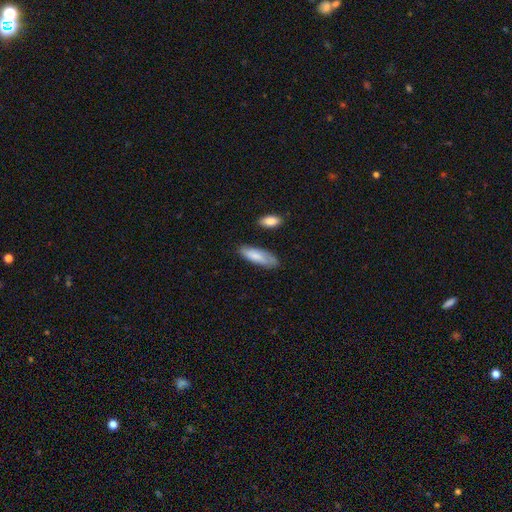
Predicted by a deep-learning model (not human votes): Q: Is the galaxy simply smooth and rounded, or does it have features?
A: smooth — 80%.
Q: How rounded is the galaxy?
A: in between — 56%.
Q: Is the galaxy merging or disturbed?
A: none — 73%.